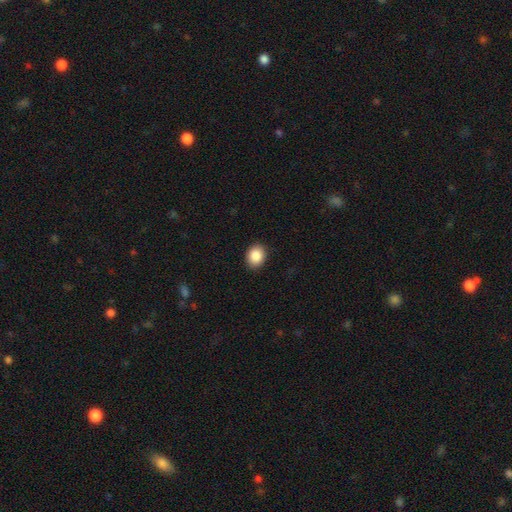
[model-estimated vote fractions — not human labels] smooth-or-featured: smooth: 87% | star or artifact: 8% | featured or disk: 4%
  how-rounded: in between: 50% | round: 49% | cigar-shaped: 1%
  merging: none: 90% | minor disturbance: 7% | major disturbance: 2% | merger: 1%